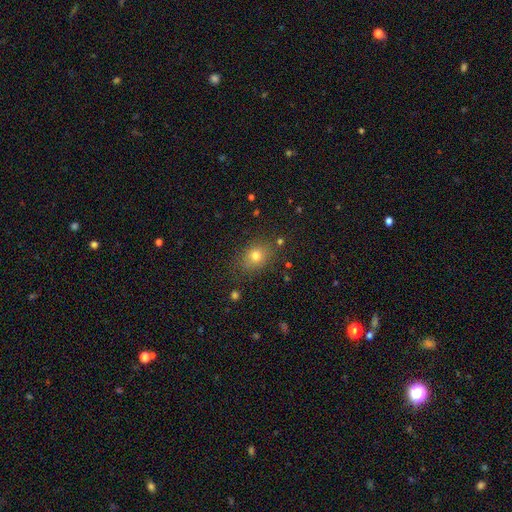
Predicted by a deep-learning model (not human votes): This appears to be a smooth galaxy with no disk features (75%) that is in between round and cigar-shaped (54%). Merging: none (80%).